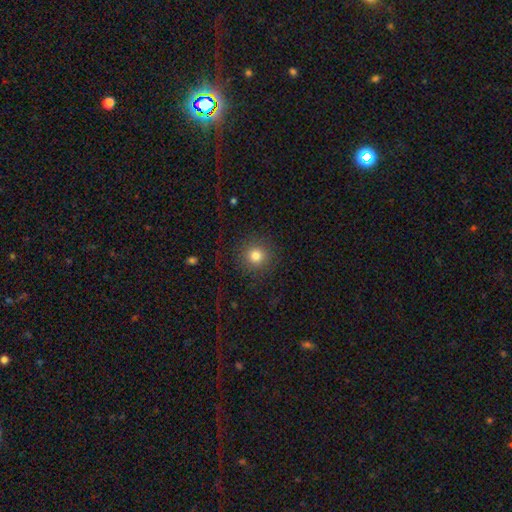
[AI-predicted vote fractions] A smooth galaxy with no disk features (79%) that is round (94%). Merging: none (88%).